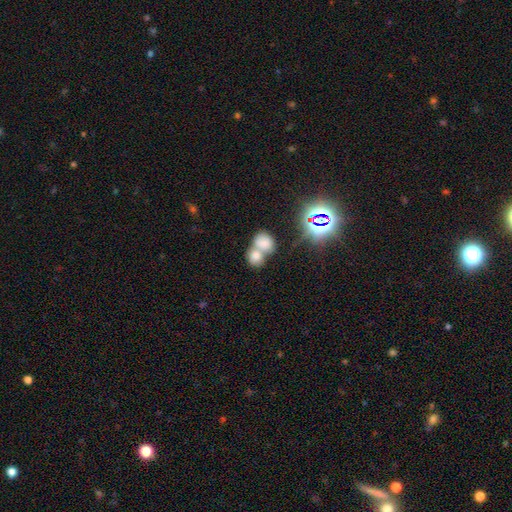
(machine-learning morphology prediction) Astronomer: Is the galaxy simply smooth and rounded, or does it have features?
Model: smooth — 74%.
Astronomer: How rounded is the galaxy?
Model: round — 57% (runner-up: in between, 42%).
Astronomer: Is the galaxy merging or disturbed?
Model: merger — 68%.